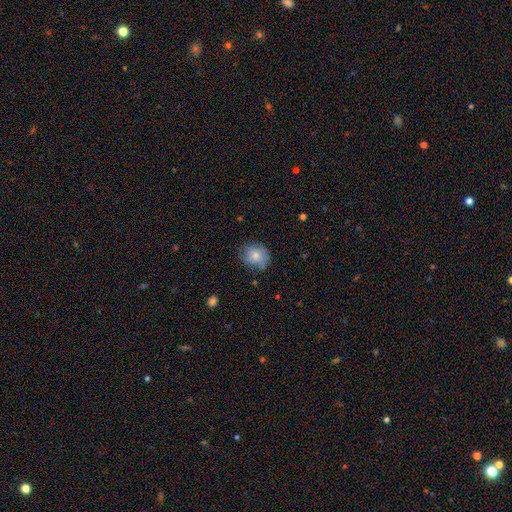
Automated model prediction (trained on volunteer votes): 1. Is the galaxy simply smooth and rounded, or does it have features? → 77% smooth, 15% featured or disk, 8% star or artifact.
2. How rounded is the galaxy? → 67% round, 32% in between, 1% cigar-shaped.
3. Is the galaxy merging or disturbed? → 70% none, 23% minor disturbance, 5% major disturbance, 1% merger.